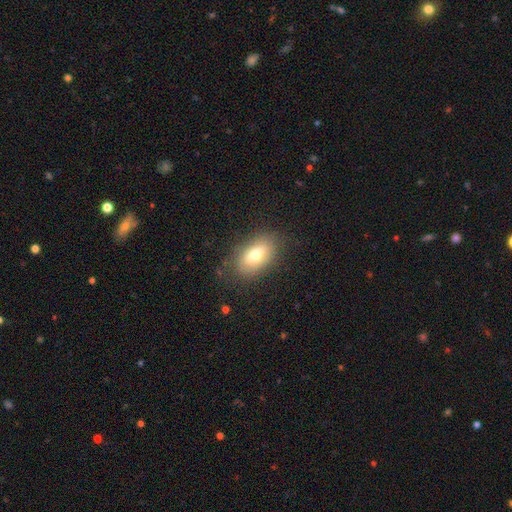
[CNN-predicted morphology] Smooth or featured: smooth — 71% (featured or disk — 21%)
How rounded: in between — 89% (round — 7%)
Merging: none — 81% (minor disturbance — 13%)